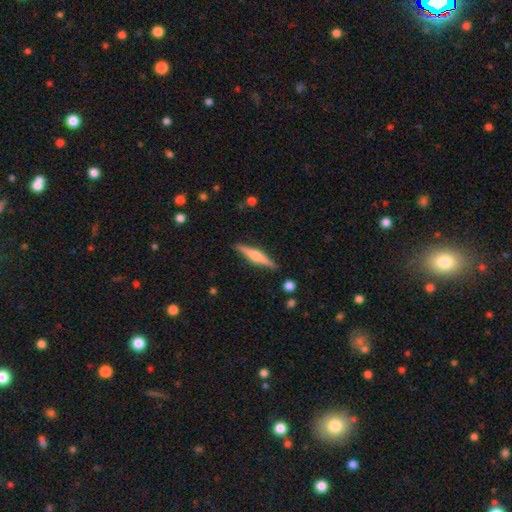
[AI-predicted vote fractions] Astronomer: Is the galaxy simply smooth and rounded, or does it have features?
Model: featured or disk — 61%.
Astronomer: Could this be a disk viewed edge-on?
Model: yes — 98%.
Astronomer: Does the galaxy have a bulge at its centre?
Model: rounded — 82%.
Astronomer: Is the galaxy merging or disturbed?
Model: none — 90%.